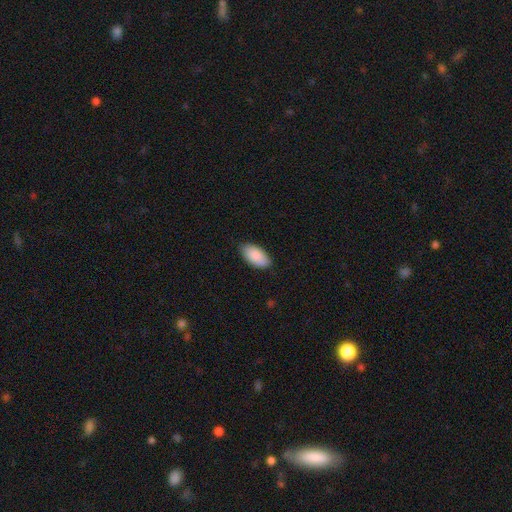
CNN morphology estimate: Overall: smooth (88%). How rounded: in between (95%). Merging: none (84%).